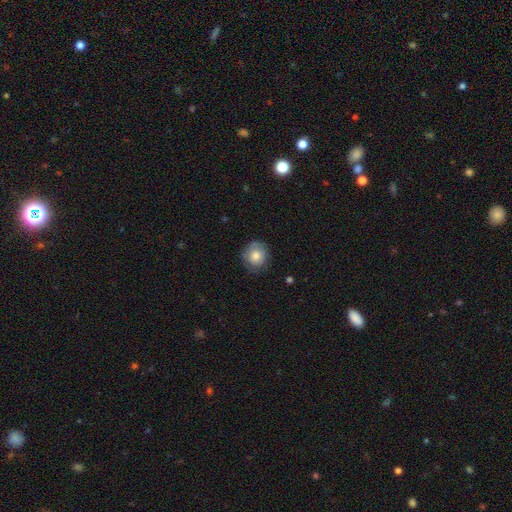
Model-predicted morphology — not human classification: This is likely a smooth galaxy (75%). How rounded: clearly round (90%). Merging: likely none (78%).